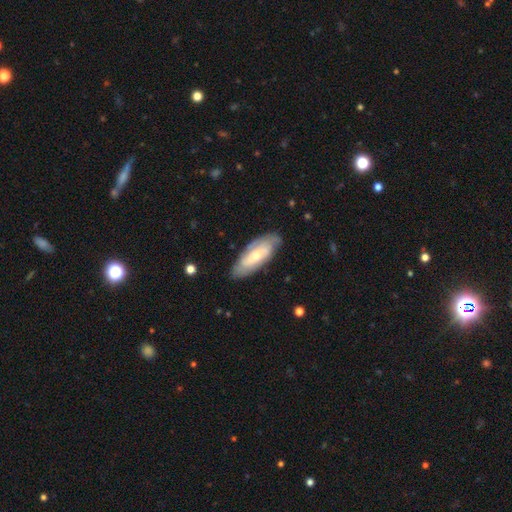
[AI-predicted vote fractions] Q: Smooth or featured?
A: featured or disk (57%); runner-up: smooth (37%)
Q: Edge-on disk?
A: no (84%); runner-up: yes (16%)
Q: Merging?
A: none (77%); runner-up: minor disturbance (17%)